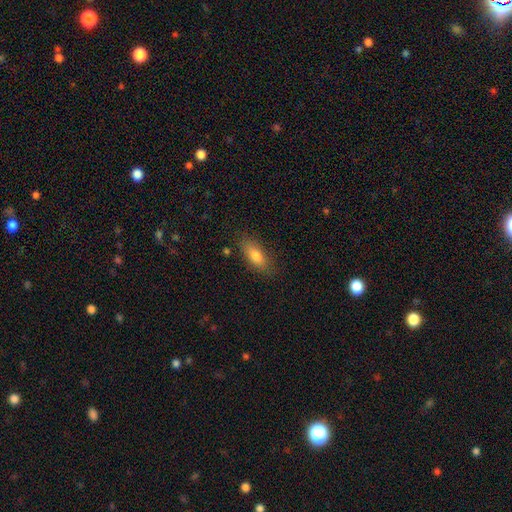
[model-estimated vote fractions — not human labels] This appears to be a smooth galaxy with no disk features (77%) that is in between round and cigar-shaped (74%). Merging: none (82%).